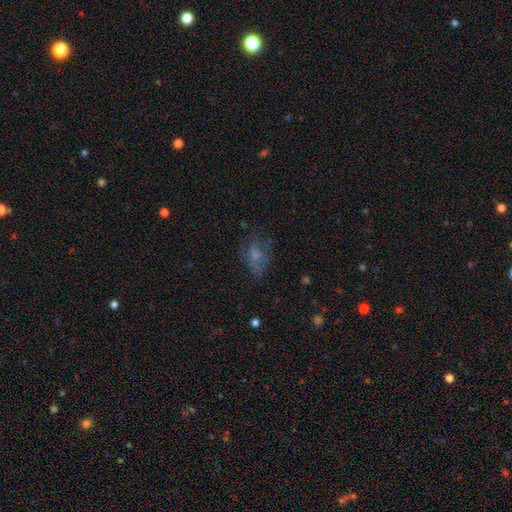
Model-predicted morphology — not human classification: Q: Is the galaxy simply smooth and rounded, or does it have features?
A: smooth — 54%.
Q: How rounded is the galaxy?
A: in between — 78%.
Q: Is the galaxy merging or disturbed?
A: none — 51%.